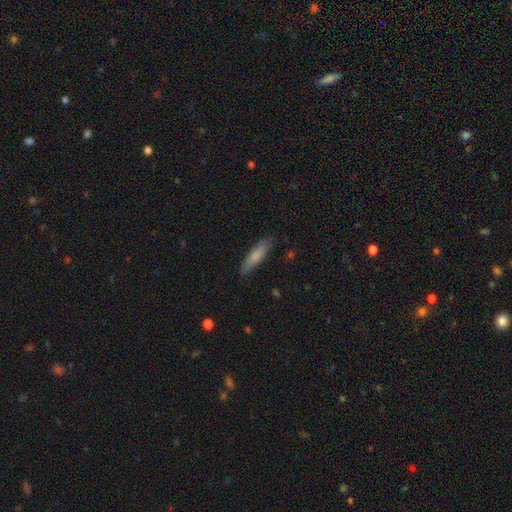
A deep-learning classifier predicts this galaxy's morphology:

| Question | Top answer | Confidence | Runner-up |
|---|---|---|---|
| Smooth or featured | smooth | 75% | featured or disk (19%) |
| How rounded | cigar-shaped | 75% | in between (23%) |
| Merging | none | 81% | minor disturbance (15%) |